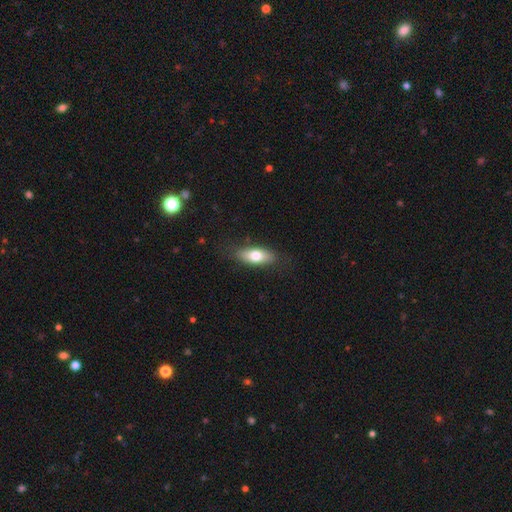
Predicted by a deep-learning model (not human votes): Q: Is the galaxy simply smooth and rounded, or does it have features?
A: smooth — 73%.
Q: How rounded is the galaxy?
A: in between — 77%.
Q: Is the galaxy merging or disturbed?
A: none — 82%.